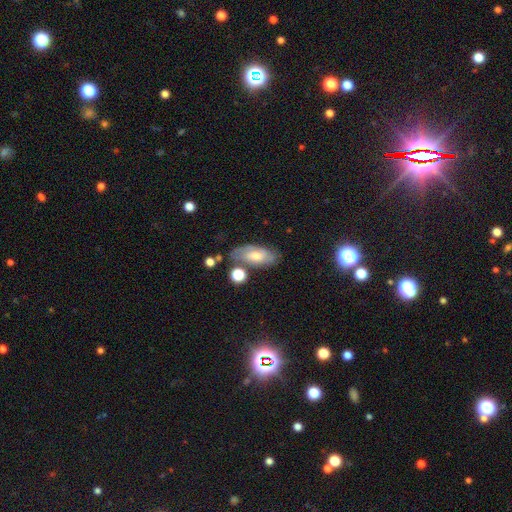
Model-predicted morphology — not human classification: This is possibly a smooth galaxy (53%). How rounded: clearly in between (83%). Merging: likely none (63%).